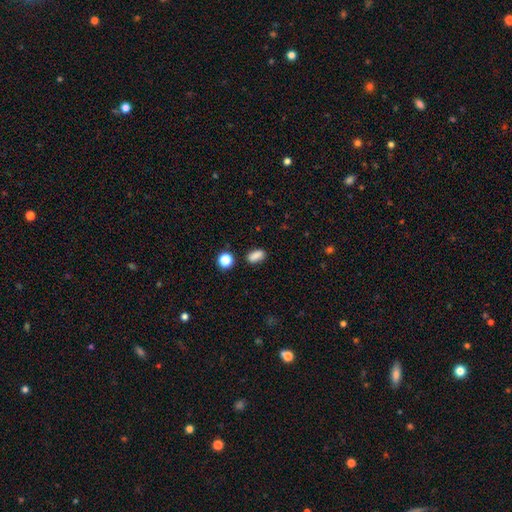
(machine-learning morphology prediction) This is clearly a smooth galaxy (84%). How rounded: clearly in between (80%). Merging: clearly none (81%).